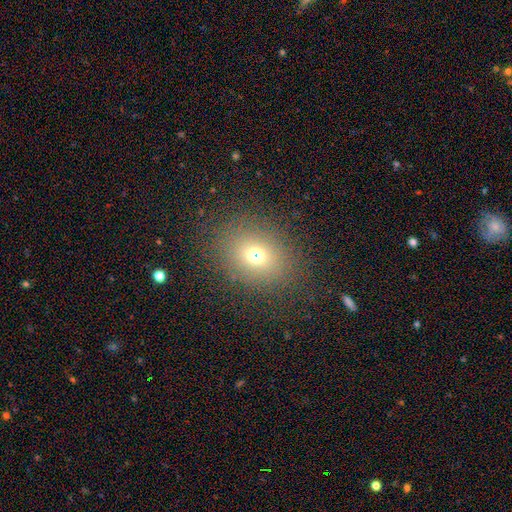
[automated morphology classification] Smooth or featured: smooth — 66% (star or artifact — 20%)
How rounded: in between — 51% (round — 48%)
Merging: none — 75% (minor disturbance — 11%)